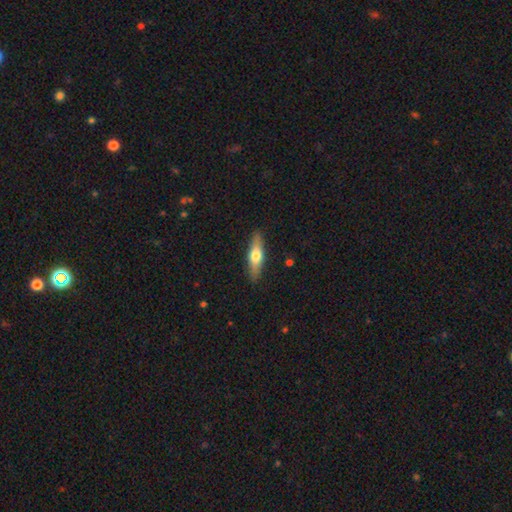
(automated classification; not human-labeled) smooth 54%, featured or disk 41%, star or artifact 6%. Down the decision tree: how rounded — cigar-shaped (65%); merging — none (88%).